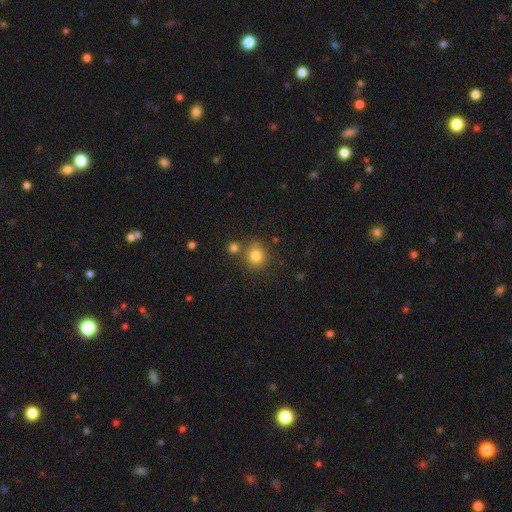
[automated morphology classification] Overall: smooth (81%). How rounded: round (86%). Merging: none (71%).